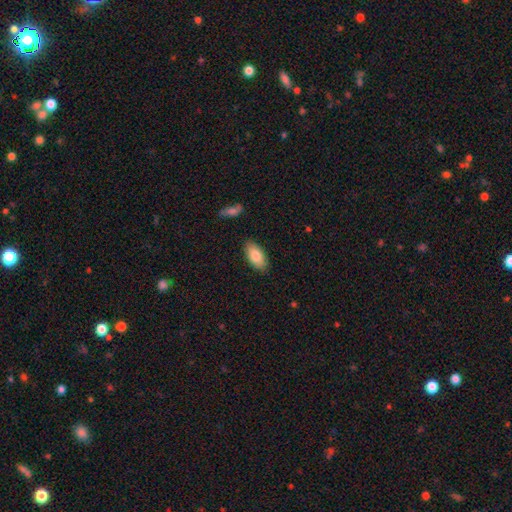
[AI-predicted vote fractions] smooth-or-featured: smooth: 82% | featured or disk: 12% | star or artifact: 6%
  how-rounded: in between: 92% | cigar-shaped: 5% | round: 3%
  merging: none: 86% | minor disturbance: 11% | major disturbance: 2% | merger: 2%